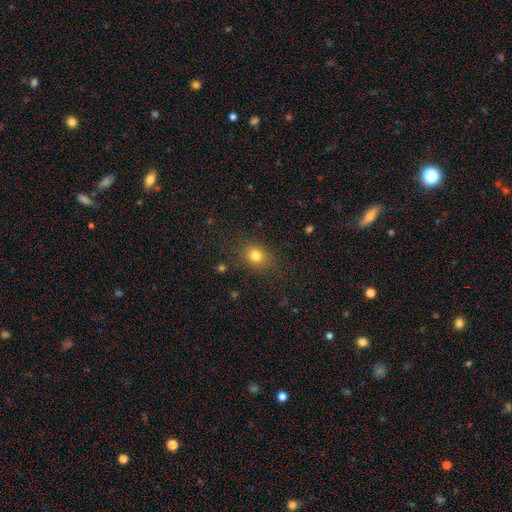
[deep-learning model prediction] A smooth galaxy with no disk features (79%) that is round (61%).

Vote fractions:
- Smooth or featured? smooth: 79% / star or artifact: 14% / featured or disk: 7%
- How rounded? round: 61% / in between: 38% / cigar-shaped: 1%
- Merging? none: 84% / minor disturbance: 11% / major disturbance: 4% / merger: 1%